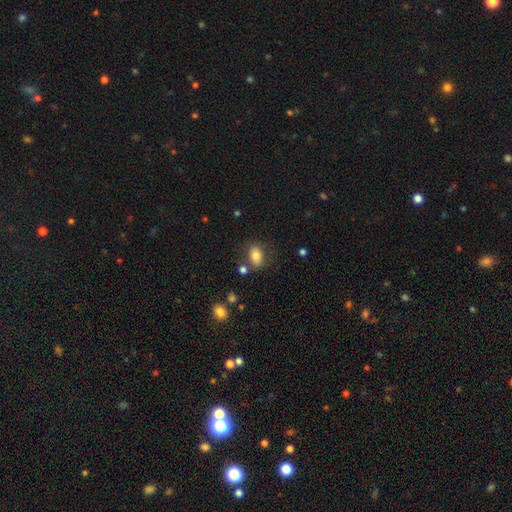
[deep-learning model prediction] Q: Smooth or featured?
A: smooth (79%); runner-up: featured or disk (11%)
Q: How rounded?
A: in between (81%); runner-up: round (17%)
Q: Merging?
A: none (71%); runner-up: minor disturbance (15%)